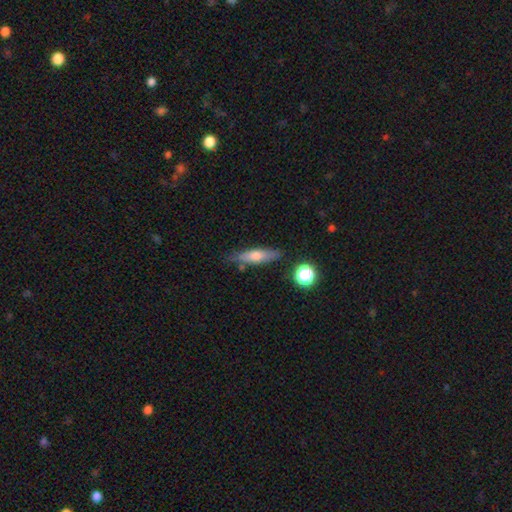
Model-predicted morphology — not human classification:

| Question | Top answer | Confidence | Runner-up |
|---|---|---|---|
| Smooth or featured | smooth | 55% | featured or disk (37%) |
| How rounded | cigar-shaped | 73% | in between (23%) |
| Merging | none | 79% | minor disturbance (14%) |